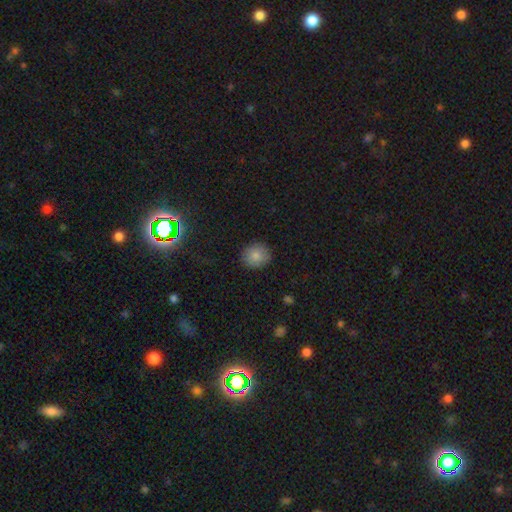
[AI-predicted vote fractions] smooth 85%, star or artifact 9%, featured or disk 6%. Down the decision tree: how rounded — round (83%); merging — none (89%).